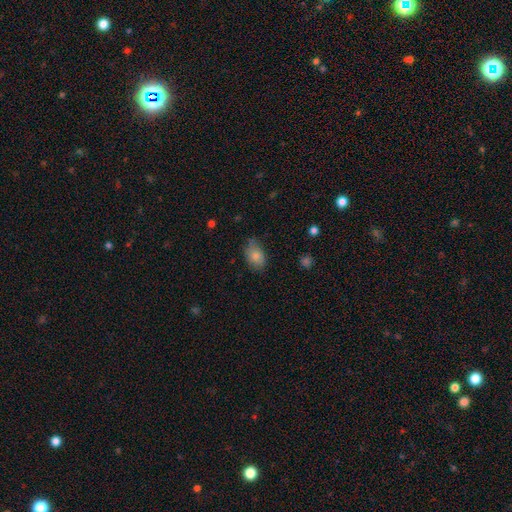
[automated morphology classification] Smooth or featured? Predicted: smooth (p=0.82). How rounded? Predicted: in between (p=0.87). Merging? Predicted: none (p=0.68).